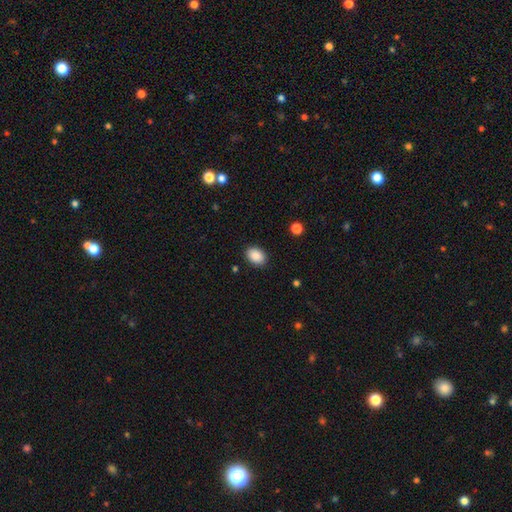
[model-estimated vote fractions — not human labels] Morphology: type=smooth (89%); roundness=in between (79%); merging=none (89%).